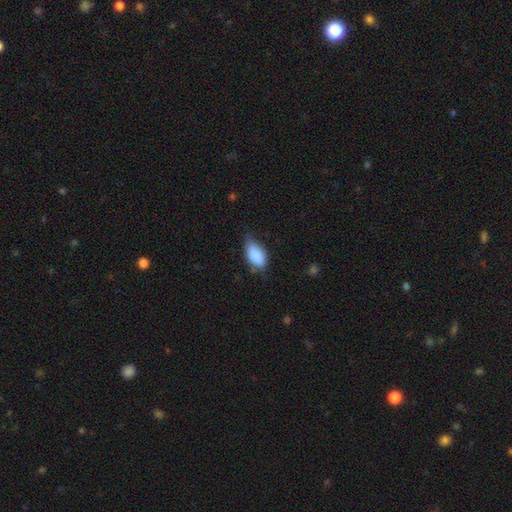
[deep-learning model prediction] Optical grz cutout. It shows a smooth galaxy with no disk features (82%) that is in between round and cigar-shaped (91%). Merging: none (44%, tied with minor disturbance).